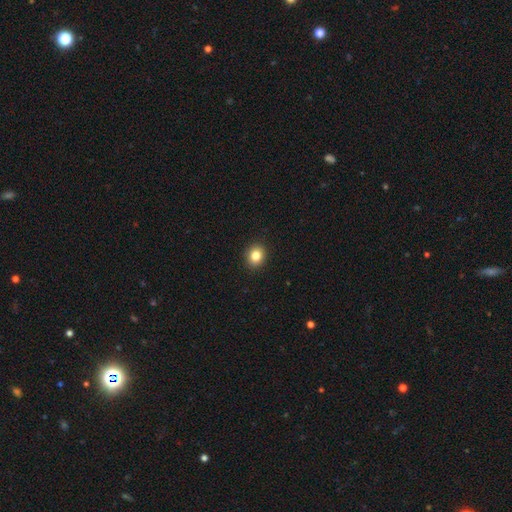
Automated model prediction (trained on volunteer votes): Overall: smooth (84%). How rounded: round (71%). Merging: none (92%).